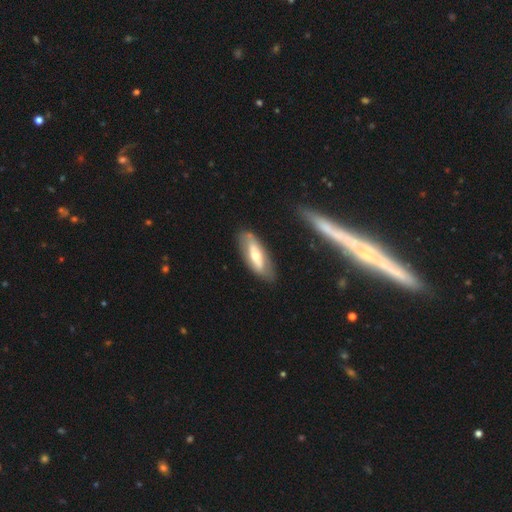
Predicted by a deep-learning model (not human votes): Q: Smooth or featured?
A: featured or disk (53%); runner-up: smooth (41%)
Q: Edge-on disk?
A: no (72%); runner-up: yes (28%)
Q: Merging?
A: none (77%); runner-up: minor disturbance (15%)